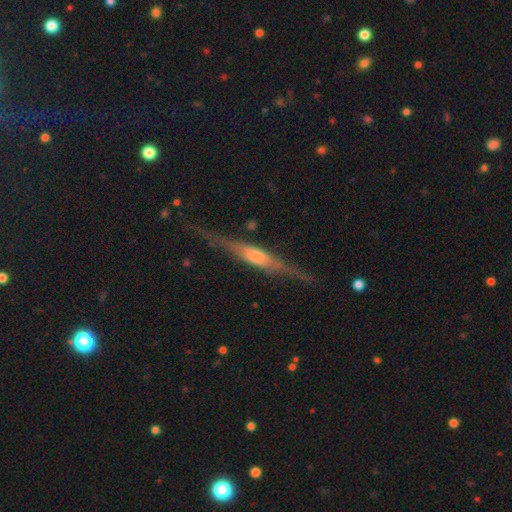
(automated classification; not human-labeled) A featured or disk galaxy (76%) viewed edge-on (95%) with a rounded central bulge (55%).

Vote fractions:
- Smooth or featured? featured or disk: 76% / smooth: 18% / star or artifact: 7%
- Edge-on disk? yes: 95% / no: 5%
- Edge-on bulge? rounded: 55% / boxy: 32% / none: 13%
- Merging? none: 76% / minor disturbance: 16% / major disturbance: 5% / merger: 2%